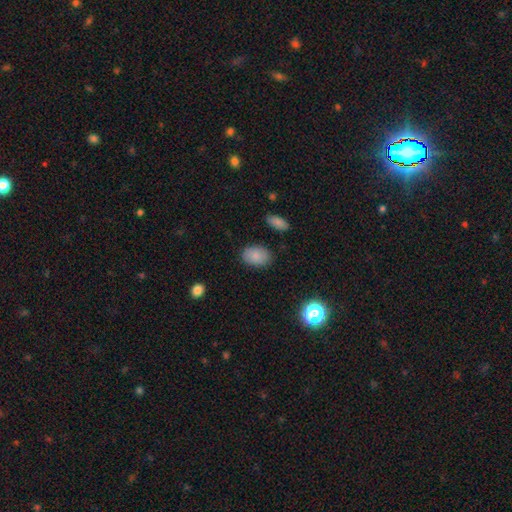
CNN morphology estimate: Smooth or featured? smooth (85%)
How rounded? in between (85%)
Merging? none (85%)